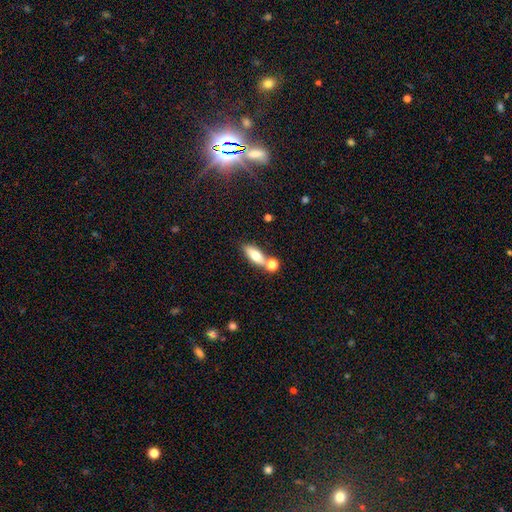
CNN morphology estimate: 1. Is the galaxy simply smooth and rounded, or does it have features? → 72% smooth, 20% featured or disk, 8% star or artifact.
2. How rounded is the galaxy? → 71% in between, 23% cigar-shaped, 5% round.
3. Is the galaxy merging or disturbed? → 55% none, 29% merger, 12% minor disturbance, 4% major disturbance.